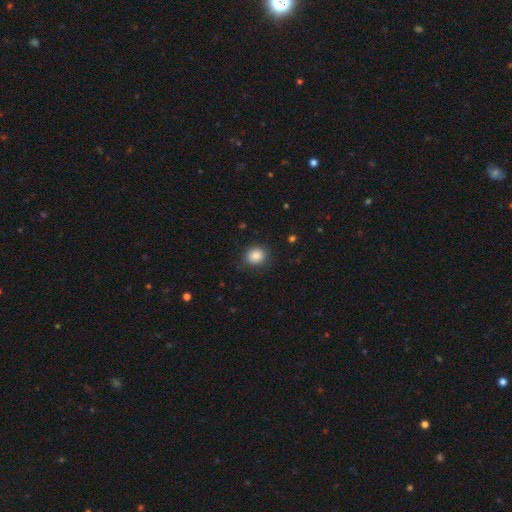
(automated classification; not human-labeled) The model was most divided on "how rounded": round: 71%, in between: 28%, cigar-shaped: 1%. More confident: merging — none (85%); smooth or featured — smooth (84%).